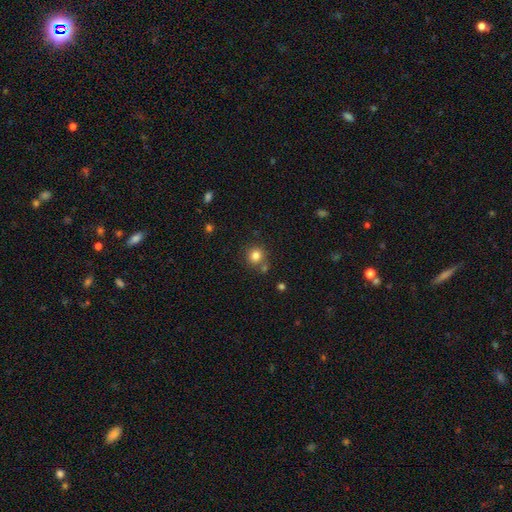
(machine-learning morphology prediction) Smooth or featured? Predicted: smooth (p=0.82). How rounded? Predicted: round (p=0.90). Merging? Predicted: none (p=0.73).